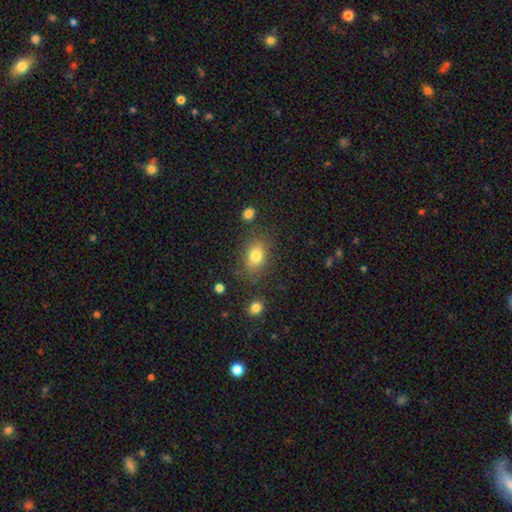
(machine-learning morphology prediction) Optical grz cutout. It shows a smooth galaxy with no disk features (80%) that is in between round and cigar-shaped (70%). Merging: none (76%).